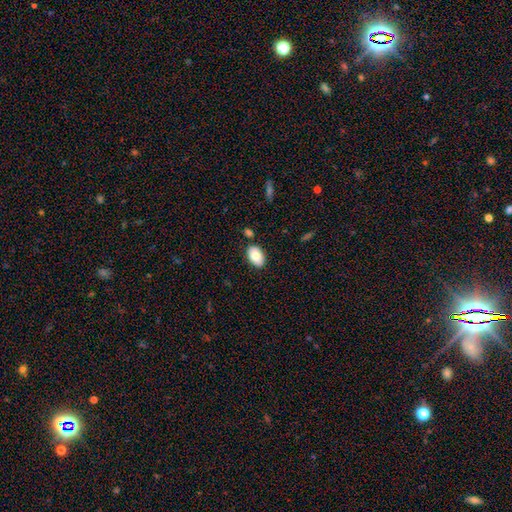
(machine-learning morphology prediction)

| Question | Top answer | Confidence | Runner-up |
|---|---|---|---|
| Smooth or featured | smooth | 80% | featured or disk (14%) |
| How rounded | in between | 91% | round (7%) |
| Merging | none | 83% | minor disturbance (11%) |